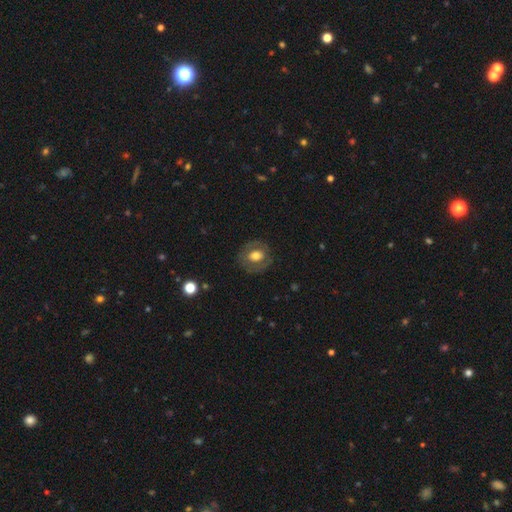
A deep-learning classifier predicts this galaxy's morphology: Q: Smooth or featured?
A: smooth (52%); runner-up: featured or disk (41%)
Q: How rounded?
A: round (63%); runner-up: in between (36%)
Q: Merging?
A: none (80%); runner-up: minor disturbance (13%)